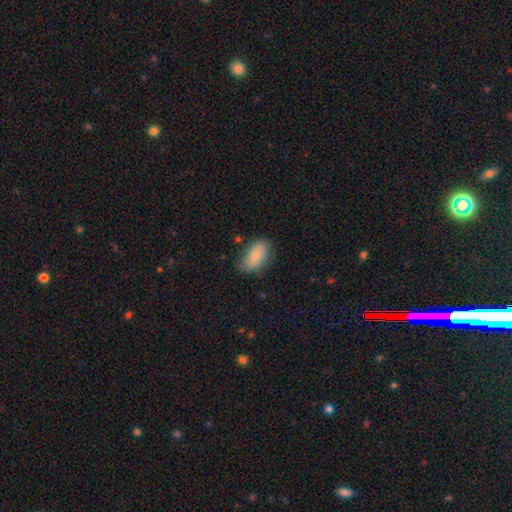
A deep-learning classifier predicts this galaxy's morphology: Smooth or featured? Predicted: smooth (p=0.72). How rounded? Predicted: in between (p=0.92). Merging? Predicted: none (p=0.68).